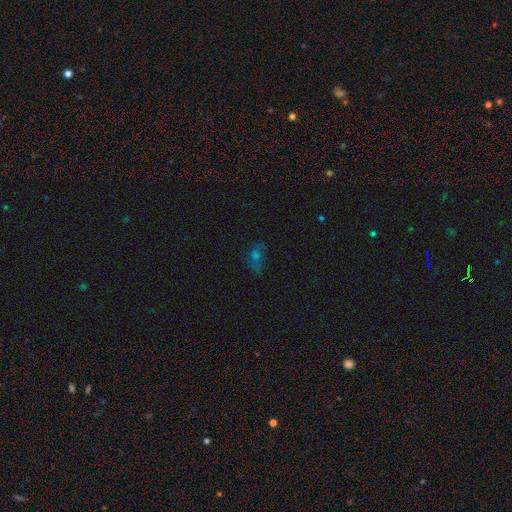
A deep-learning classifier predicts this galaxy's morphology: type=star or artifact (37%).